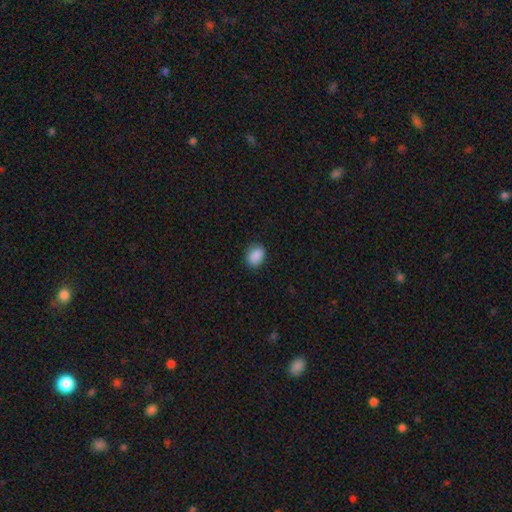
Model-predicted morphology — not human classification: A smooth galaxy with no disk features (89%) that is in between round and cigar-shaped (69%). Merging: none (85%).